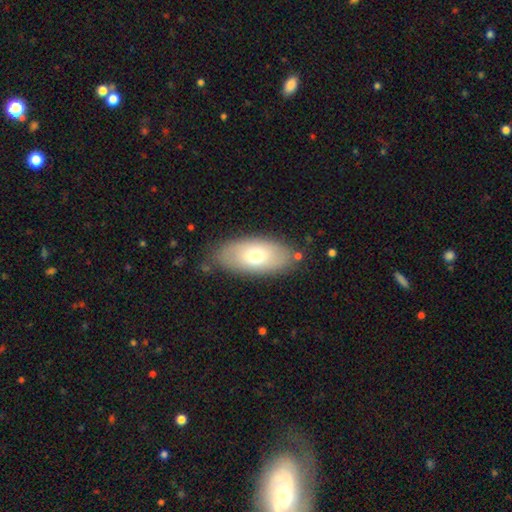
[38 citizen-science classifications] smooth_or_featured: smooth (p=0.74) [alt: featured or disk p=0.26]
how_rounded: in between (p=0.89) [alt: round p=0.07]
merging: none (p=0.84) [alt: merger p=0.08]